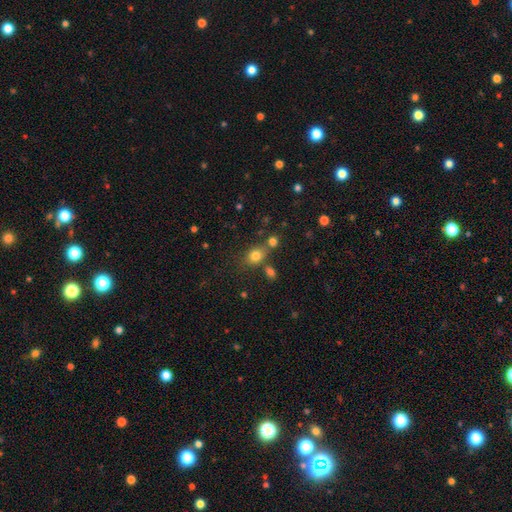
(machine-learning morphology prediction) smooth_or_featured: smooth (p=0.78) [alt: star or artifact p=0.14]
how_rounded: round (p=0.53) [alt: in between p=0.45]
merging: none (p=0.62) [alt: merger p=0.20]